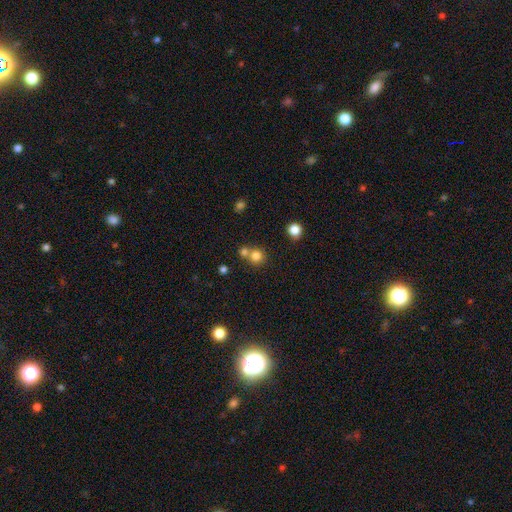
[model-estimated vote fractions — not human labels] Morphology: type=smooth (79%); roundness=round (91%); merging=none (55%).